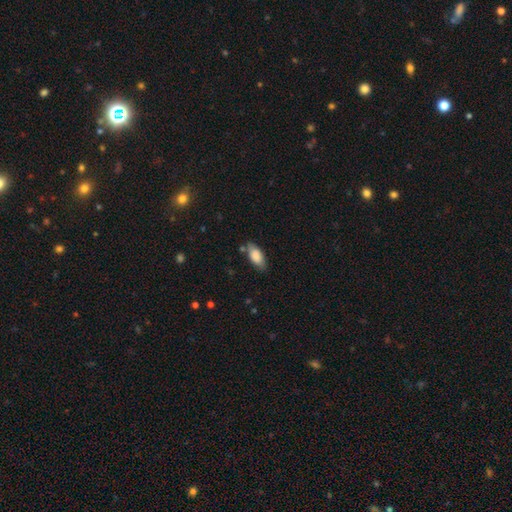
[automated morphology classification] This appears to be a smooth galaxy with no disk features (85%) that is in between round and cigar-shaped (89%). Merging: none (73%).